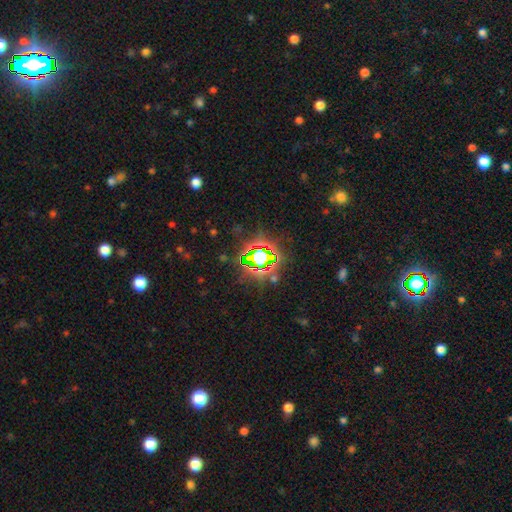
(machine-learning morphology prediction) star or artifact 76%, smooth 14%, featured or disk 11%.